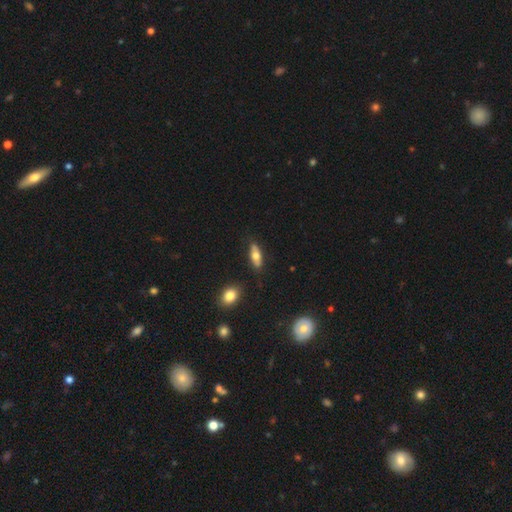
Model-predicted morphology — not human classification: Smooth or featured? smooth (63%)
How rounded? in between (65%)
Merging? none (78%)